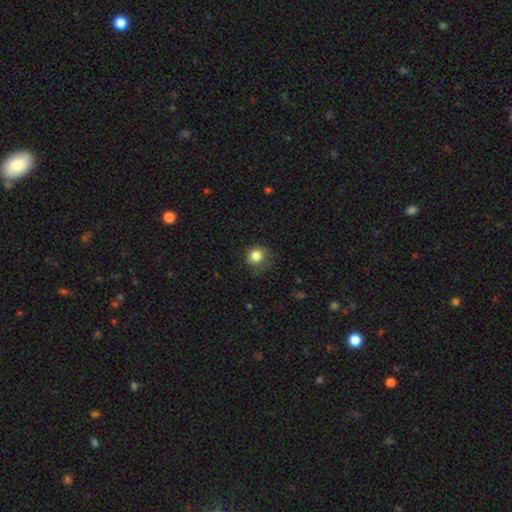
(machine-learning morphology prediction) smooth_or_featured: smooth (p=0.84) [alt: star or artifact p=0.11]
how_rounded: round (p=0.84) [alt: in between p=0.15]
merging: none (p=0.71) [alt: minor disturbance p=0.21]